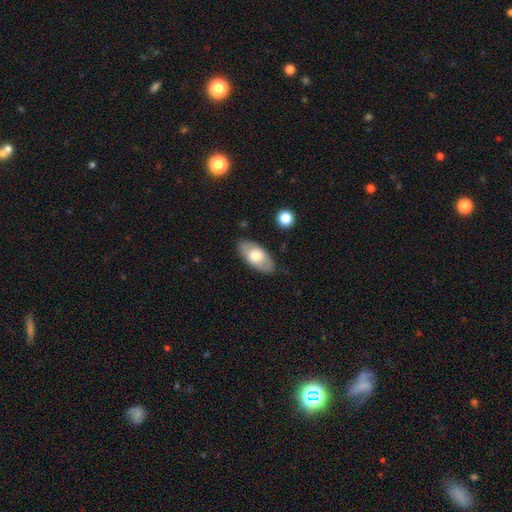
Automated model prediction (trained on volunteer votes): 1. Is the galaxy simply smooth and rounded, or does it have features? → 65% smooth, 29% featured or disk, 6% star or artifact.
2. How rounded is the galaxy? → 92% in between, 5% cigar-shaped, 3% round.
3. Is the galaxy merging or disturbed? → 84% none, 12% minor disturbance, 3% major disturbance, 2% merger.